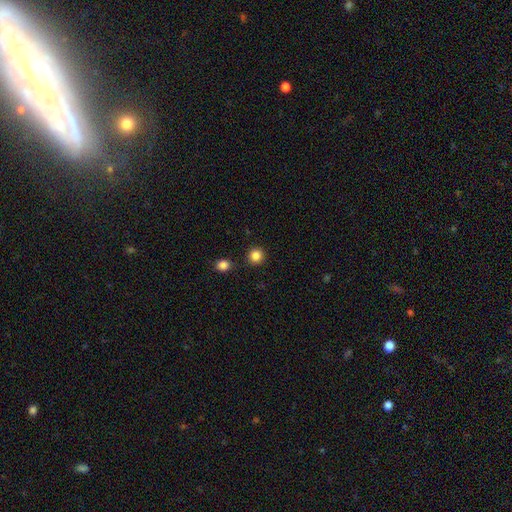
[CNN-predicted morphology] This is clearly a smooth galaxy (85%). How rounded: clearly round (93%). Merging: clearly none (88%).